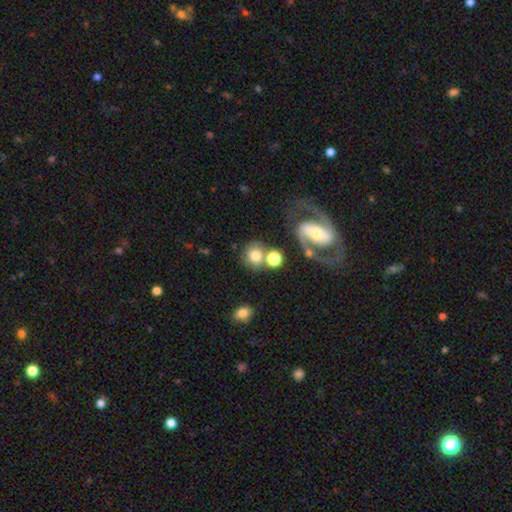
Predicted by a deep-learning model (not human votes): Smooth or featured? Predicted: smooth (p=0.68). How rounded? Predicted: round (p=0.81). Merging? Predicted: none (p=0.53).